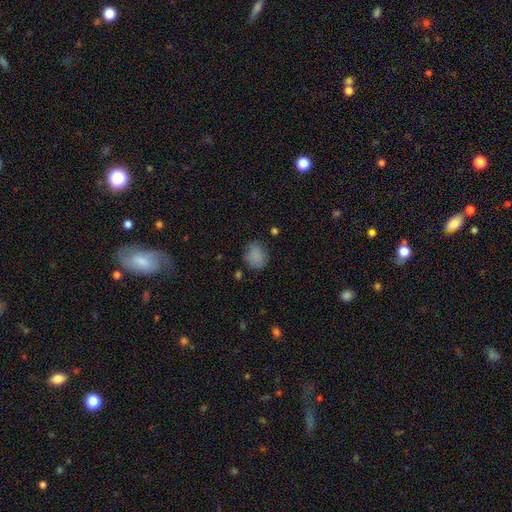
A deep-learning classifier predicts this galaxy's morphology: Overall: smooth (81%). How rounded: round (61%; in between 38%). Merging: none (68%).